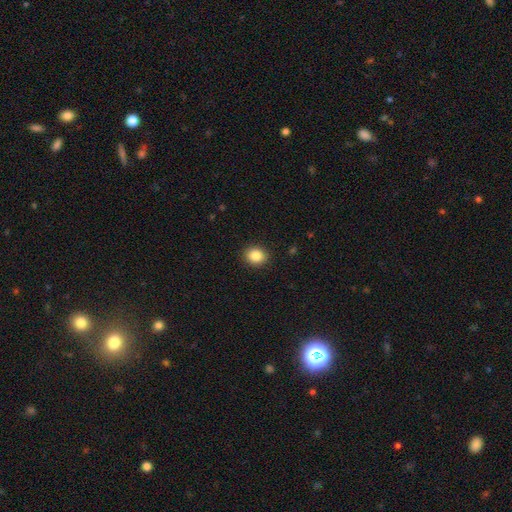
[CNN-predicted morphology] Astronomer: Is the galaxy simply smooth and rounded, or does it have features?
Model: smooth — 86%.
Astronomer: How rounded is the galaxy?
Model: round — 66%.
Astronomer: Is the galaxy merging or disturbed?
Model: none — 91%.